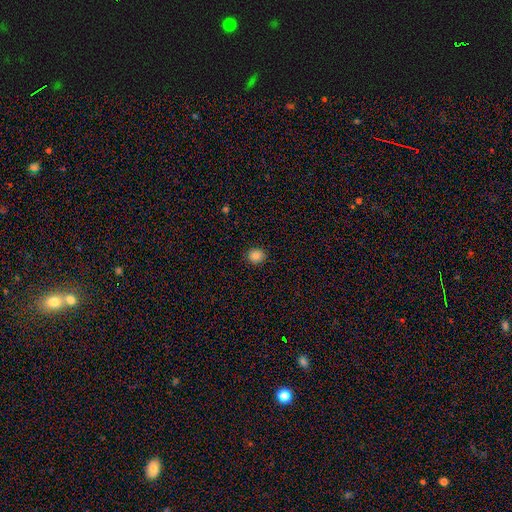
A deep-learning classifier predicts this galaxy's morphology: smooth-or-featured: smooth: 84% | star or artifact: 11% | featured or disk: 5%
  how-rounded: round: 75% | in between: 24% | cigar-shaped: 1%
  merging: none: 90% | minor disturbance: 7% | major disturbance: 2% | merger: 1%